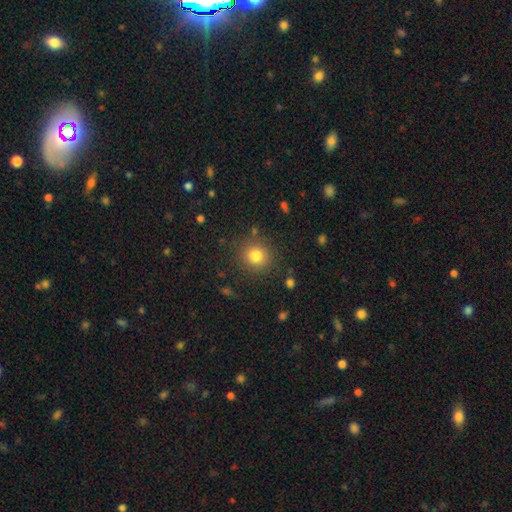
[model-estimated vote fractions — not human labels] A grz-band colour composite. It shows a smooth galaxy with no disk features (80%) that is round (90%). Merging: none (87%).